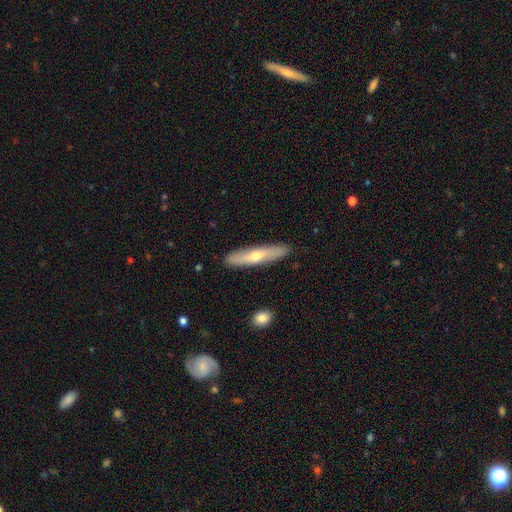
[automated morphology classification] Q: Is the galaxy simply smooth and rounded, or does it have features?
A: featured or disk — 51%.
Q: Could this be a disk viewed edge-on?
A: yes — 76%.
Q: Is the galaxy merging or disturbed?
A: none — 89%.